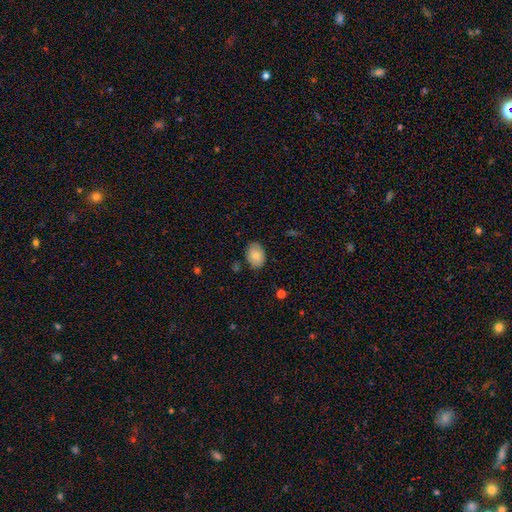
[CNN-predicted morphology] smooth 81%, featured or disk 12%, star or artifact 7%. Down the decision tree: how rounded — in between (77%); merging — none (80%).